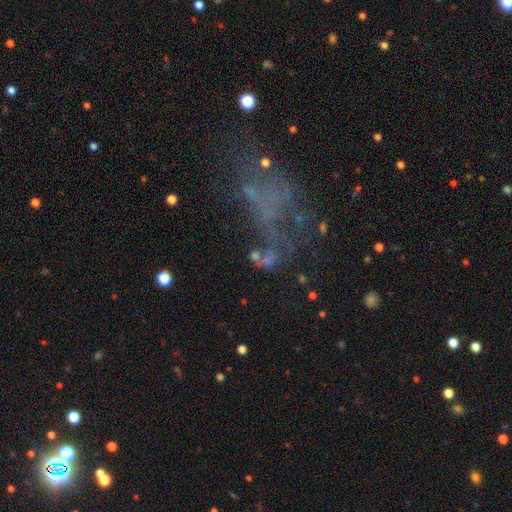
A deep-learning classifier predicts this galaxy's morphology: Q: Smooth or featured?
A: star or artifact (35%); runner-up: featured or disk (32%)